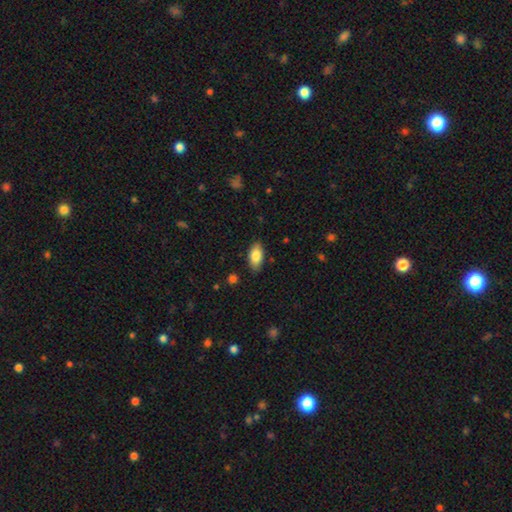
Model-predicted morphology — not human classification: Smooth or featured? smooth (84%)
How rounded? in between (92%)
Merging? none (85%)